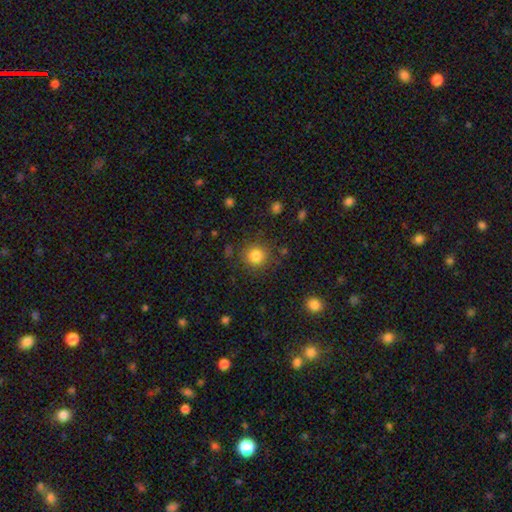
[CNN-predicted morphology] Q: Smooth or featured?
A: smooth (82%); runner-up: star or artifact (12%)
Q: How rounded?
A: round (92%); runner-up: in between (7%)
Q: Merging?
A: none (85%); runner-up: minor disturbance (9%)